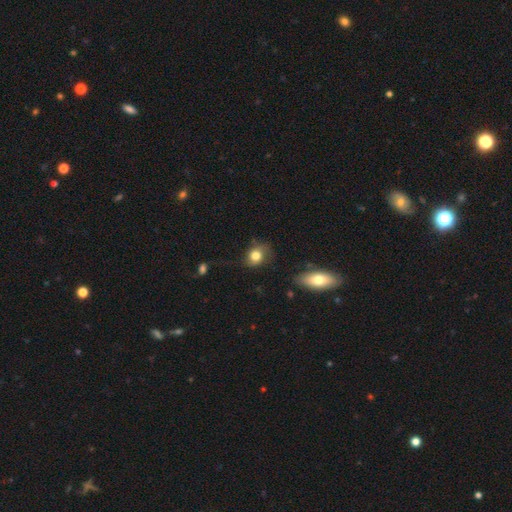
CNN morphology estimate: smooth 77%, featured or disk 14%, star or artifact 9%. Down the decision tree: how rounded — round (54%); merging — none (58%).